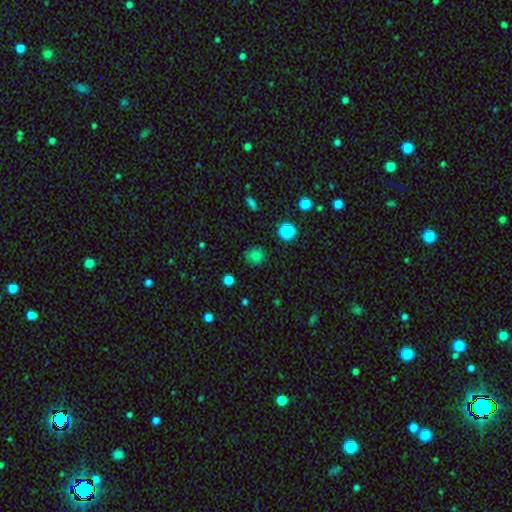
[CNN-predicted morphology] Smooth or featured?
  - smooth: 79% *
  - star or artifact: 15%
  - featured or disk: 6%
How rounded?
  - round: 83% *
  - in between: 16%
  - cigar-shaped: 1%
Merging?
  - none: 86% *
  - minor disturbance: 10%
  - major disturbance: 3%
  - merger: 2%